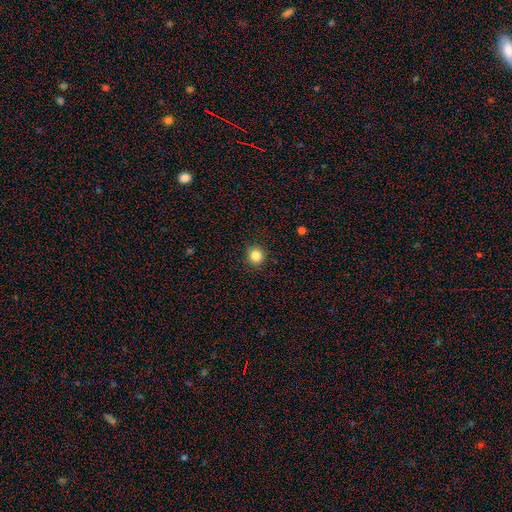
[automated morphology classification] Q: Smooth or featured?
A: smooth (84%); runner-up: star or artifact (11%)
Q: How rounded?
A: round (92%); runner-up: in between (7%)
Q: Merging?
A: none (92%); runner-up: minor disturbance (5%)